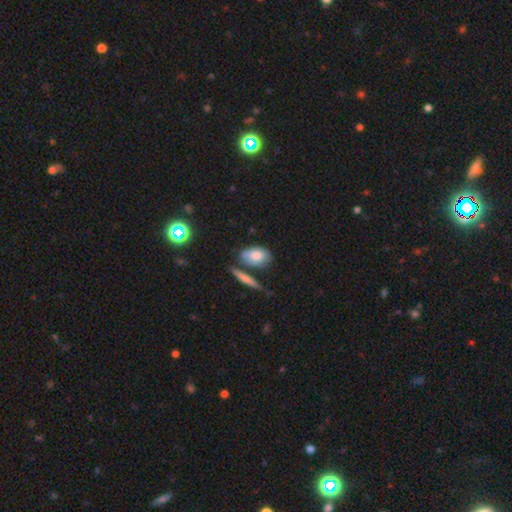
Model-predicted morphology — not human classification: smooth 76%, featured or disk 16%, star or artifact 8%. Down the decision tree: how rounded — in between (83%); merging — none (57%).